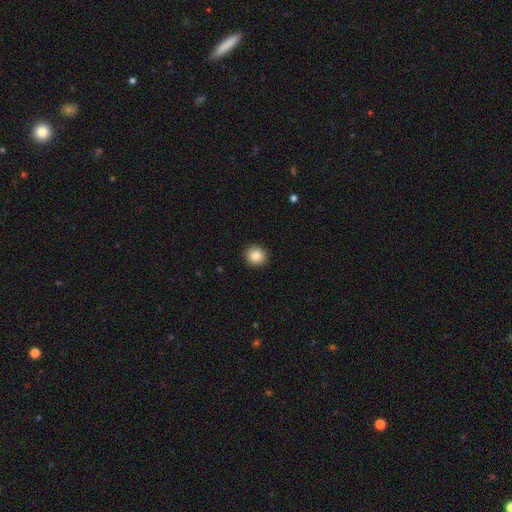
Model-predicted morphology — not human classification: Overall: smooth (85%). How rounded: round (86%). Merging: none (92%).